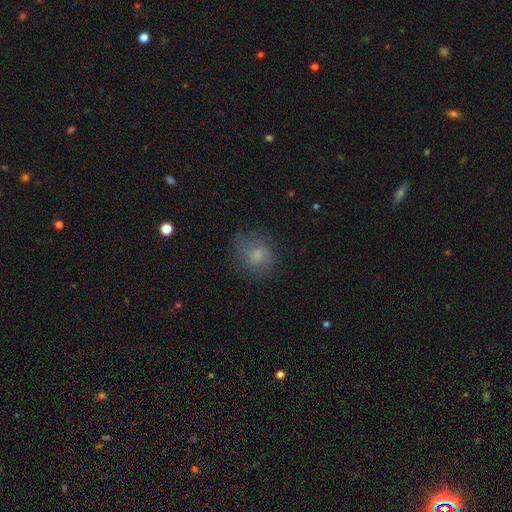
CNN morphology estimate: Overall: smooth (73%). How rounded: round (76%). Merging: none (73%).